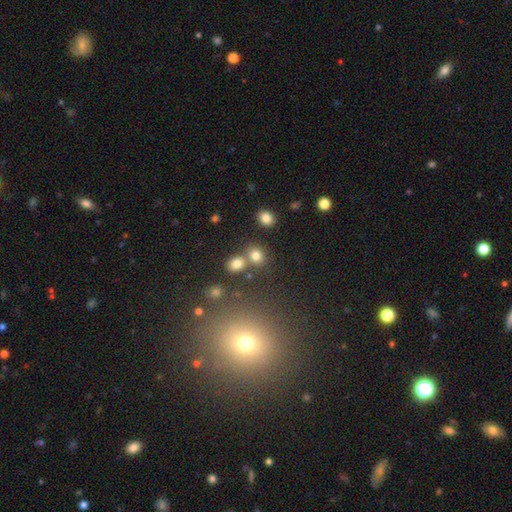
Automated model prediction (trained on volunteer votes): Smooth or featured? Predicted: smooth (p=0.78). How rounded? Predicted: round (p=0.64). Merging? Predicted: none (p=0.61).